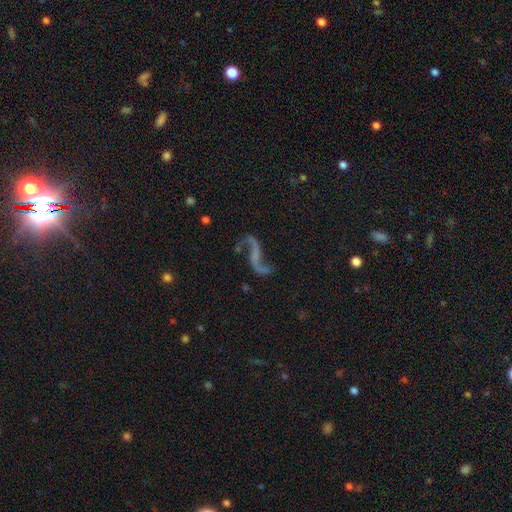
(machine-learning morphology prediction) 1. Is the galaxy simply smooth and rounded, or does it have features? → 84% featured or disk, 9% star or artifact, 7% smooth.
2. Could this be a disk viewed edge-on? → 96% no, 4% yes.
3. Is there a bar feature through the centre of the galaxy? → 44% no, 32% weak, 24% strong.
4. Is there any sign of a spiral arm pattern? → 95% yes, 5% no.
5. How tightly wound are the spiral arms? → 90% loose, 7% medium, 2% tight.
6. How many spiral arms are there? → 92% 2, 4% 1, 1% can't tell, 1% 3, 1% 4, 1% more than 4.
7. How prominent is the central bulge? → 66% none, 24% small, 7% moderate, 2% large, 1% dominant.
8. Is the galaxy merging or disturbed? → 69% none, 14% minor disturbance, 13% major disturbance, 5% merger.